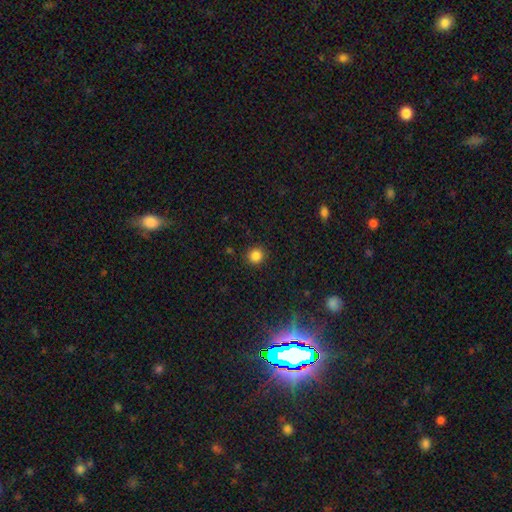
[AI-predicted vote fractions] Q: Smooth or featured?
A: smooth (85%); runner-up: star or artifact (12%)
Q: How rounded?
A: round (91%); runner-up: in between (8%)
Q: Merging?
A: none (91%); runner-up: minor disturbance (6%)